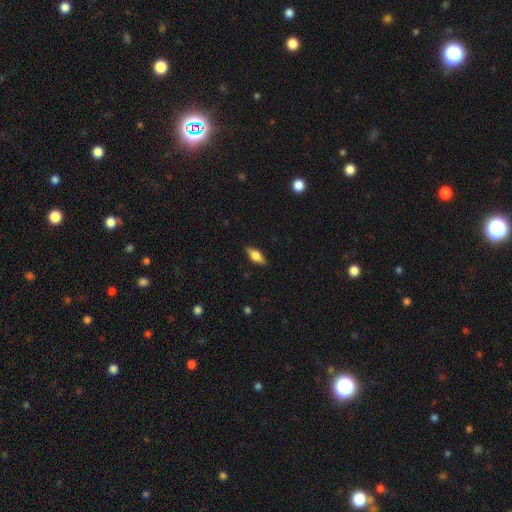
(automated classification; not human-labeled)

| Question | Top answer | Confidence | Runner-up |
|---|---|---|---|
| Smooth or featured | smooth | 56% | featured or disk (36%) |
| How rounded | in between | 74% | cigar-shaped (22%) |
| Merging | none | 85% | minor disturbance (12%) |